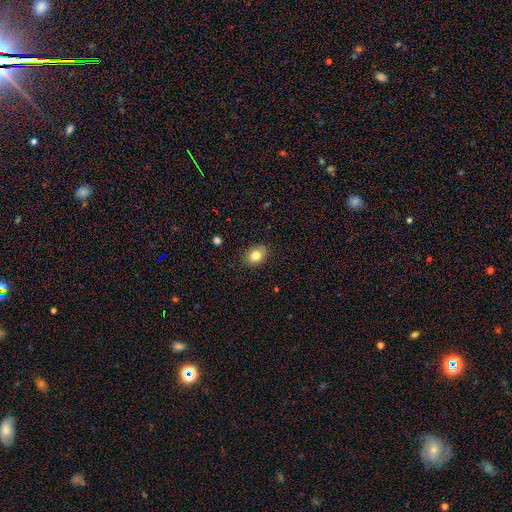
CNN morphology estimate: This appears to be a smooth galaxy with no disk features (82%) that is in between round and cigar-shaped (58%). Merging: none (85%).